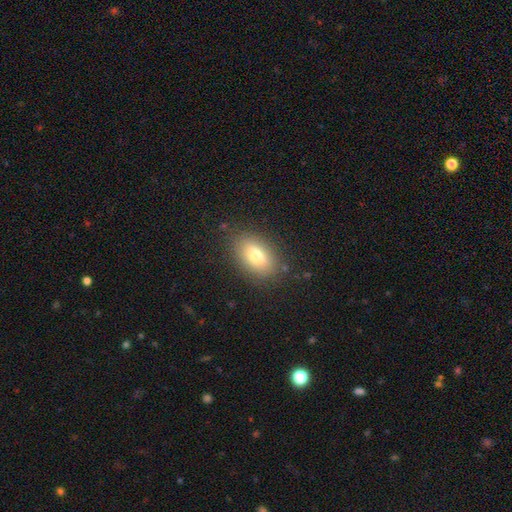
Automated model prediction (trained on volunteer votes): A smooth galaxy with no disk features (74%) that is in between round and cigar-shaped (85%). Merging: none (83%).